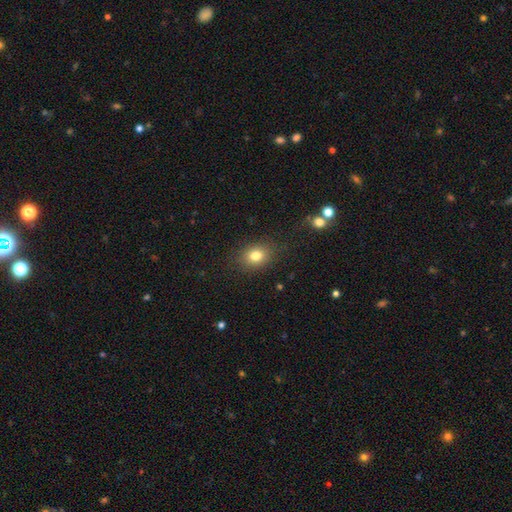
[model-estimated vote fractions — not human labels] Q: Smooth or featured?
A: smooth (80%); runner-up: star or artifact (12%)
Q: How rounded?
A: in between (54%); runner-up: round (45%)
Q: Merging?
A: none (84%); runner-up: minor disturbance (10%)